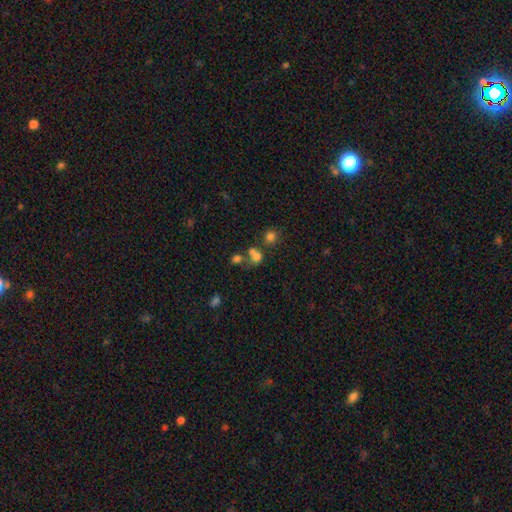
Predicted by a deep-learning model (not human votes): The model was most divided on "merging": merger: 45%, none: 40%, minor disturbance: 9%, major disturbance: 6%. More confident: how rounded — round (71%); smooth or featured — smooth (66%).